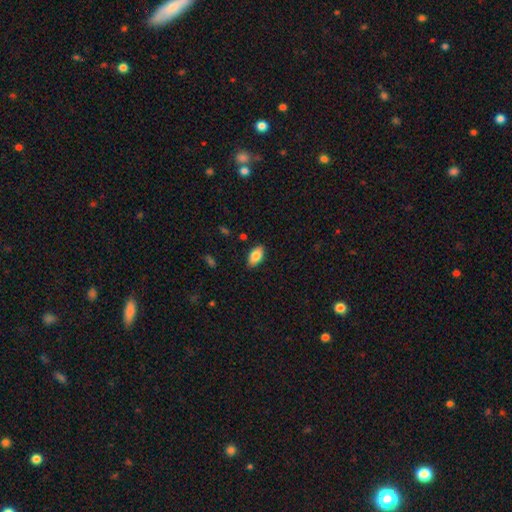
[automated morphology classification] Smooth or featured? Predicted: smooth (p=0.83). How rounded? Predicted: in between (p=0.92). Merging? Predicted: none (p=0.86).